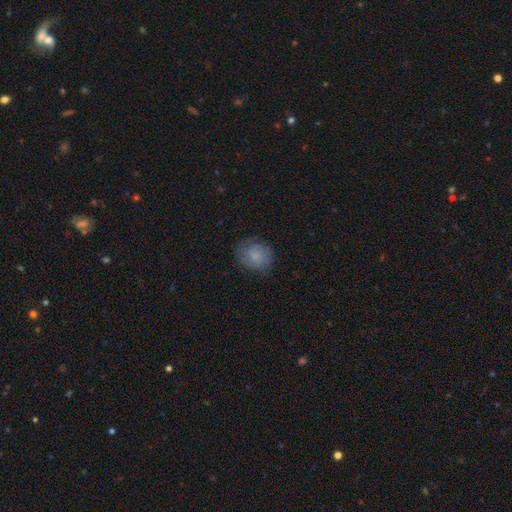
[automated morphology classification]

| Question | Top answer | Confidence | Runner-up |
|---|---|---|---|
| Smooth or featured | smooth | 71% | featured or disk (21%) |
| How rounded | round | 73% | in between (26%) |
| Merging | none | 75% | minor disturbance (18%) |